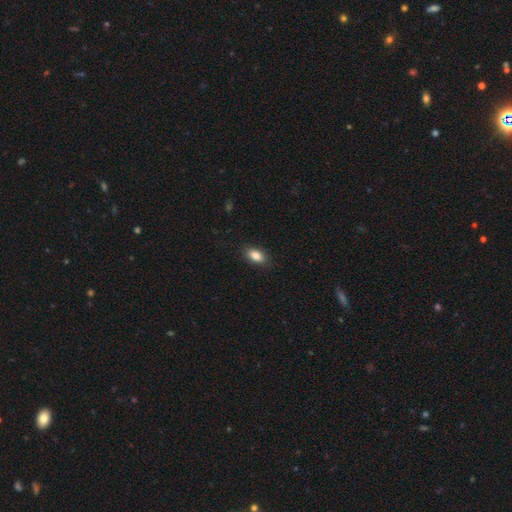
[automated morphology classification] This is clearly a smooth galaxy (85%). How rounded: clearly in between (89%). Merging: clearly none (88%).